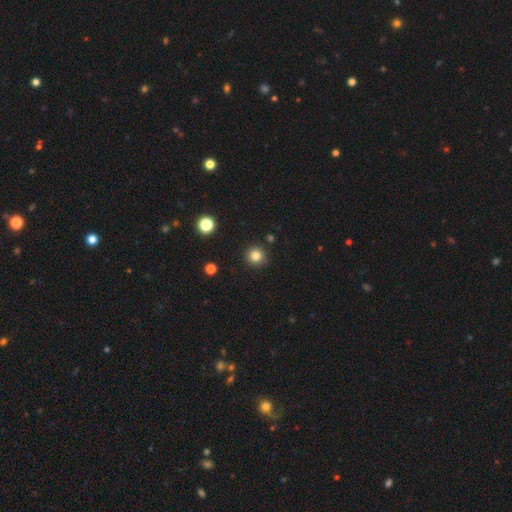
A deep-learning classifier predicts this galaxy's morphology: smooth_or_featured: smooth (p=0.82) [alt: star or artifact p=0.12]
how_rounded: round (p=0.95) [alt: in between p=0.04]
merging: none (p=0.90) [alt: minor disturbance p=0.06]